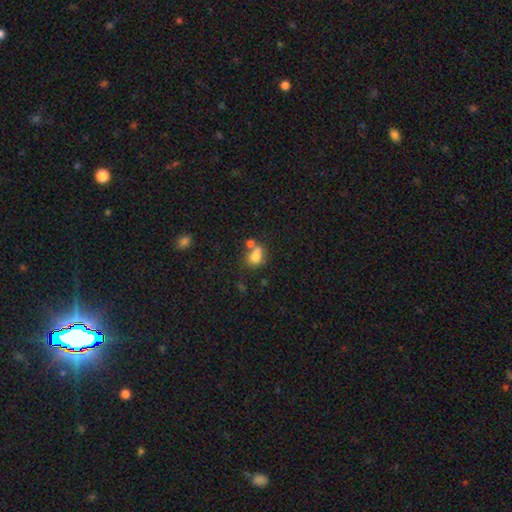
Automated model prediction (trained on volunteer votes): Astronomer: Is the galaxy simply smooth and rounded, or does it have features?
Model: smooth — 78%.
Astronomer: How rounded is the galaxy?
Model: in between — 74%.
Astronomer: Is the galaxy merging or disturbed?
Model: none — 40% (runner-up: merger, 34%).